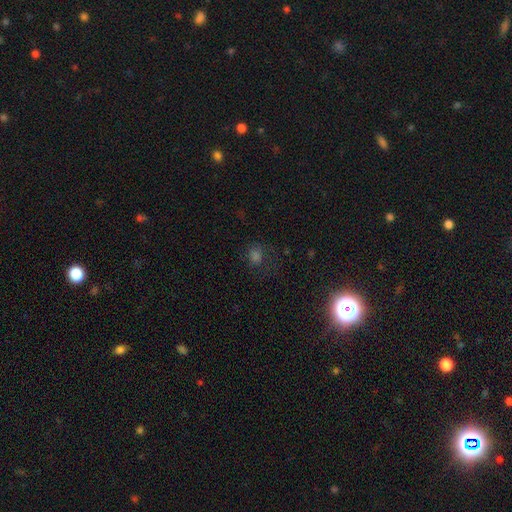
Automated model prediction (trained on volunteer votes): Smooth or featured? smooth (55%)
How rounded? round (68%)
Merging? none (71%)